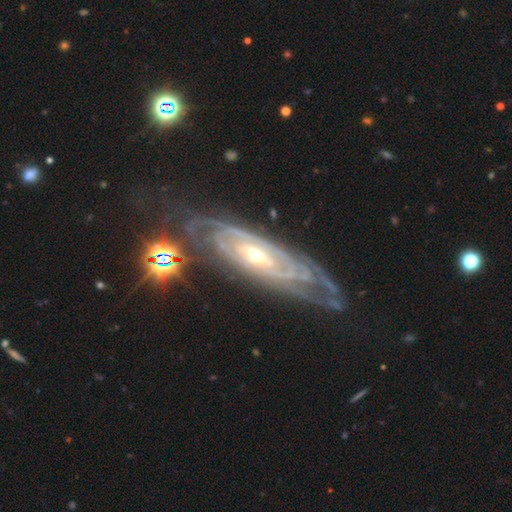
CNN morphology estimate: Smooth or featured? featured or disk (89%)
Edge-on disk? no (87%)
Bar? no (49%)
Spiral arms? yes (95%)
Spiral winding? tight (76%)
Spiral arm count? can't tell (40%)
Bulge size? small (53%)
Merging? none (68%)